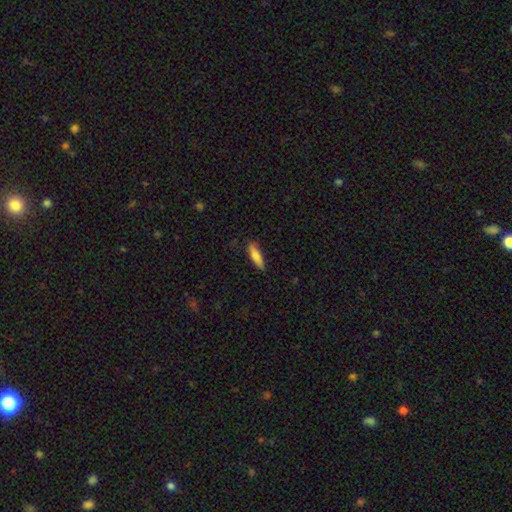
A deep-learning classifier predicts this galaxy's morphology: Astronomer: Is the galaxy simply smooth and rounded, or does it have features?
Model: smooth — 79%.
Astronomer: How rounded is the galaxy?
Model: cigar-shaped — 71%.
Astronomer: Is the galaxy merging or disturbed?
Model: none — 84%.